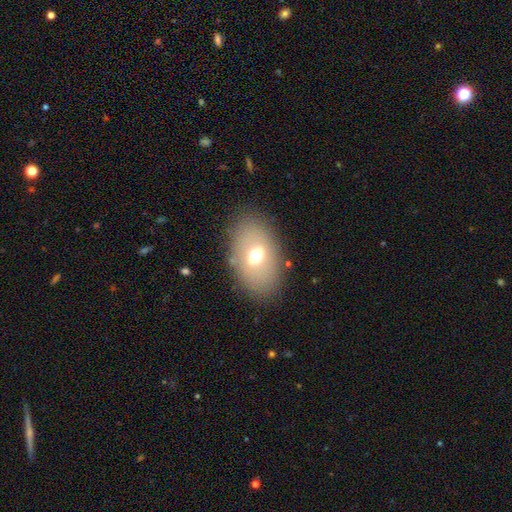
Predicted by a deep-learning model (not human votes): Smooth or featured?
  - smooth: 64% *
  - featured or disk: 25%
  - star or artifact: 11%
How rounded?
  - in between: 86% *
  - round: 12%
  - cigar-shaped: 1%
Merging?
  - none: 86% *
  - minor disturbance: 9%
  - major disturbance: 3%
  - merger: 1%